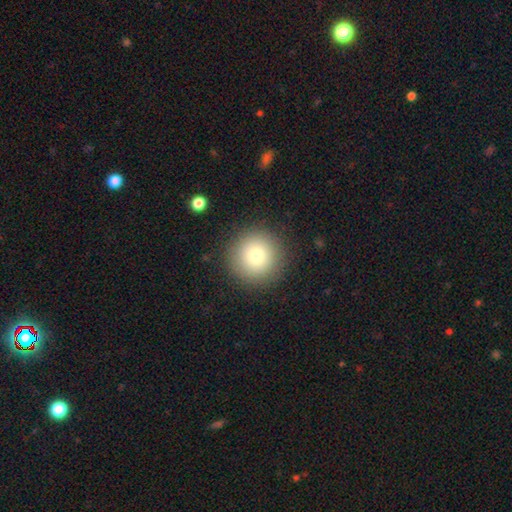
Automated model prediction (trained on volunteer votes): This appears to be a smooth galaxy with no disk features (78%) that is round (96%). Merging: none (90%).